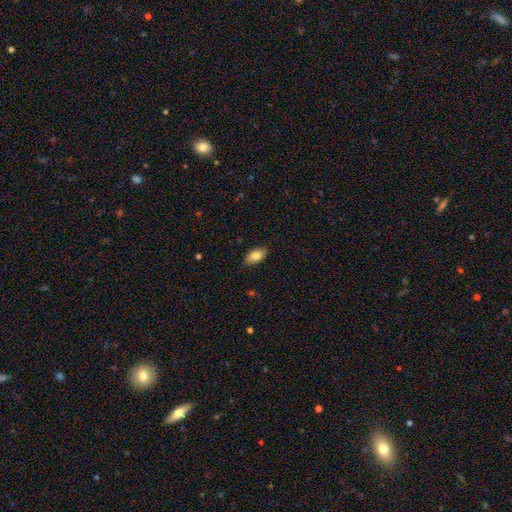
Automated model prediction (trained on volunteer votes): This appears to be a smooth galaxy with no disk features (84%) that is in between round and cigar-shaped (93%). Merging: none (85%).